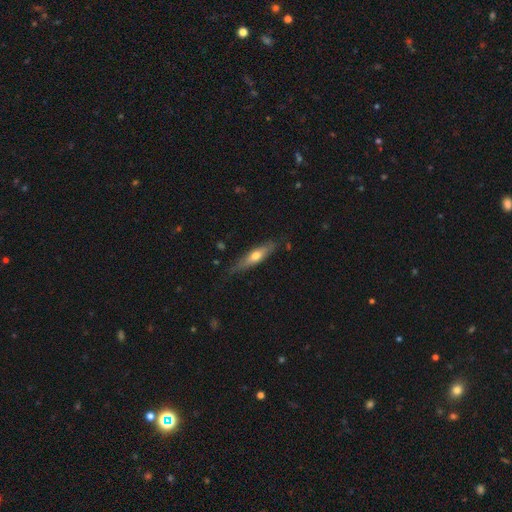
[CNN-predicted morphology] Q: Smooth or featured?
A: smooth (49%); runner-up: featured or disk (45%)
Q: Merging?
A: none (75%); runner-up: minor disturbance (20%)